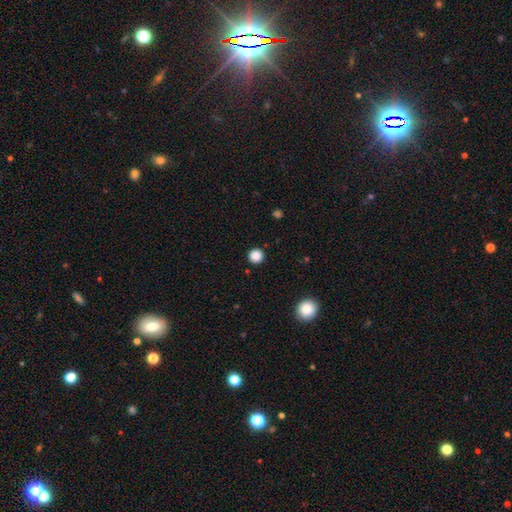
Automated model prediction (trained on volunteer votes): smooth-or-featured: smooth: 87% | star or artifact: 11% | featured or disk: 3%
  how-rounded: round: 95% | in between: 4% | cigar-shaped: 1%
  merging: none: 92% | minor disturbance: 5% | major disturbance: 2% | merger: 1%